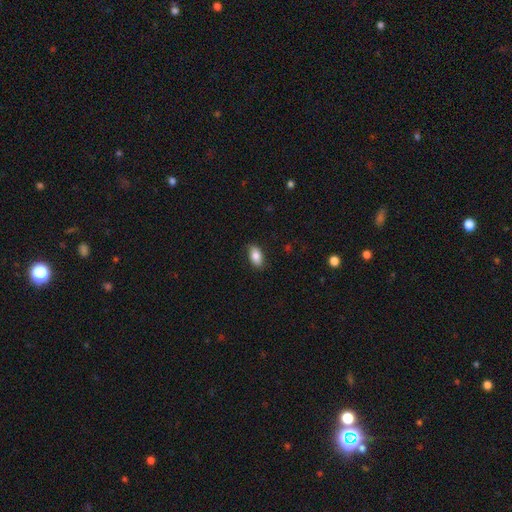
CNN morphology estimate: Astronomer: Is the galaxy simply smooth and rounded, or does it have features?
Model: smooth — 85%.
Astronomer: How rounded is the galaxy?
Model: in between — 91%.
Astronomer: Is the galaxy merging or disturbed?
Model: none — 84%.